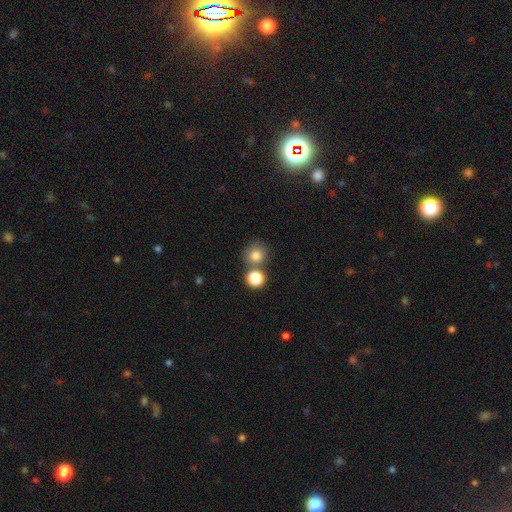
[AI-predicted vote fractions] A smooth galaxy with no disk features (81%) that is round (86%). Merging: none (61%).